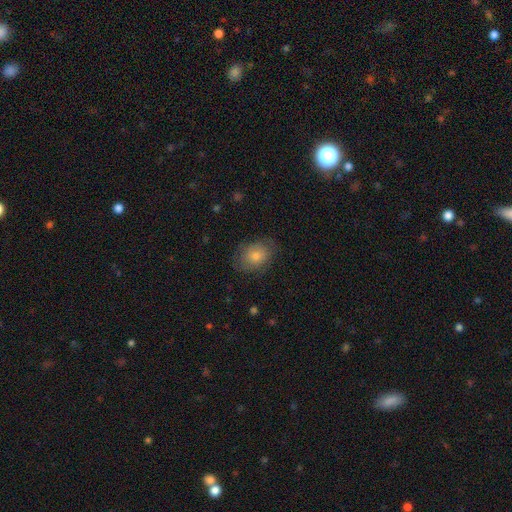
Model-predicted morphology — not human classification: The model was most divided on "how rounded": in between: 62%, round: 37%, cigar-shaped: 1%. More confident: merging — none (77%); smooth or featured — smooth (73%).